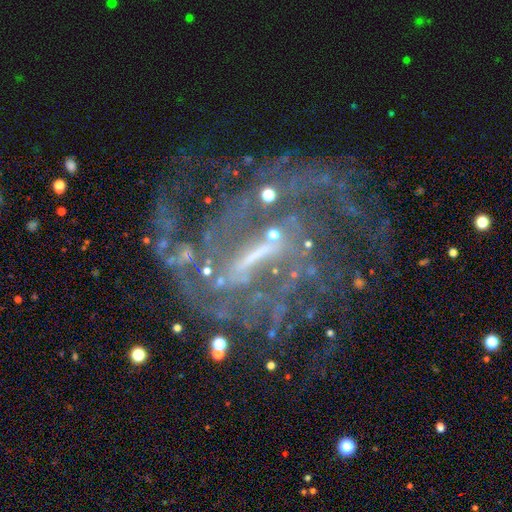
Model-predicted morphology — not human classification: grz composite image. It shows a featured or disk galaxy (85%) with a strong bar (48%), medium (42%) spiral arms (87%) and no central bulge (38%, tied with small). Merging: none (55%).